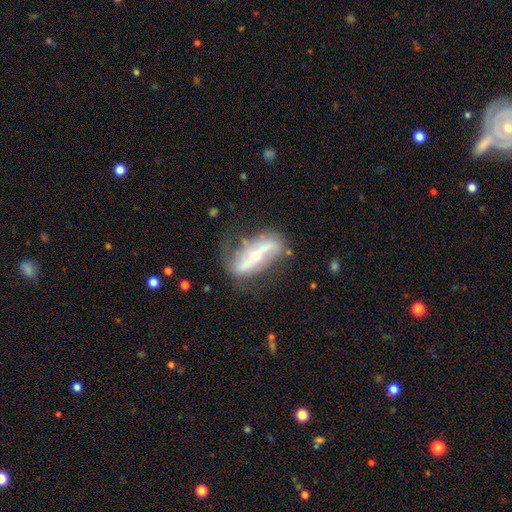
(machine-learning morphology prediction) smooth_or_featured: featured or disk (p=0.78) [alt: smooth p=0.15]
disk_edge_on: no (p=0.81) [alt: yes p=0.19]
bar: strong (p=0.52) [alt: no p=0.30]
has_spiral_arms: yes (p=0.71) [alt: no p=0.29]
bulge_size: small (p=0.54) [alt: moderate p=0.42]
merging: none (p=0.57) [alt: minor disturbance p=0.23]